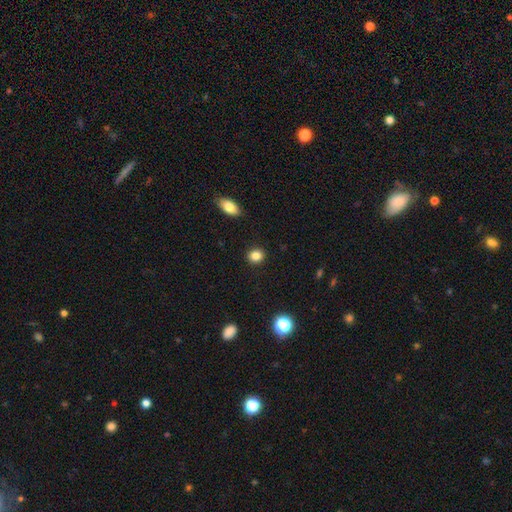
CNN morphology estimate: Smooth or featured?
  - smooth: 84% *
  - star or artifact: 11%
  - featured or disk: 5%
How rounded?
  - round: 73% *
  - in between: 26%
  - cigar-shaped: 1%
Merging?
  - none: 91% *
  - minor disturbance: 6%
  - major disturbance: 2%
  - merger: 1%